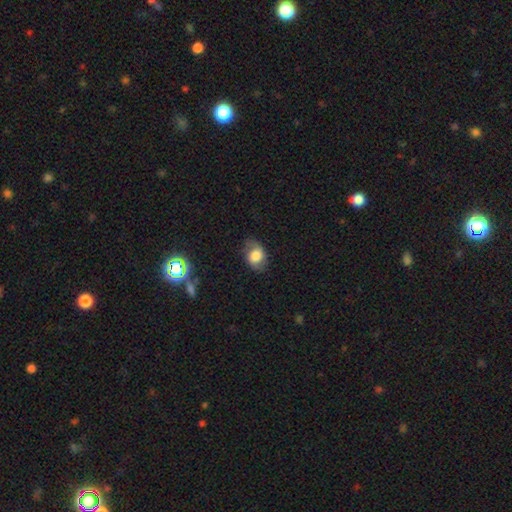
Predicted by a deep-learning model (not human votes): Morphology: type=smooth (67%); roundness=in between (71%); merging=none (71%).